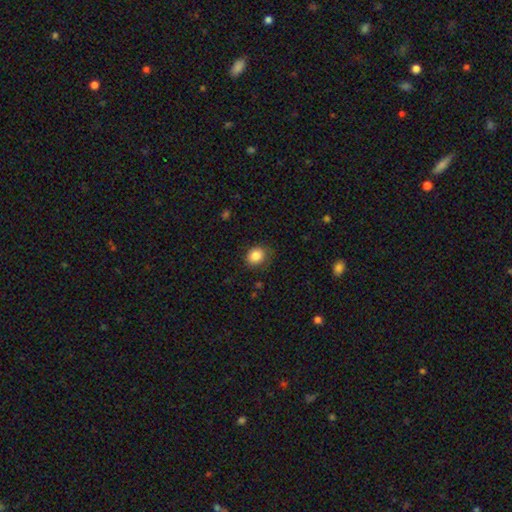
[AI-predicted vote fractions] Smooth or featured?
  - smooth: 85% *
  - star or artifact: 10%
  - featured or disk: 5%
How rounded?
  - round: 63% *
  - in between: 36%
  - cigar-shaped: 1%
Merging?
  - none: 80% *
  - minor disturbance: 16%
  - major disturbance: 4%
  - merger: 1%